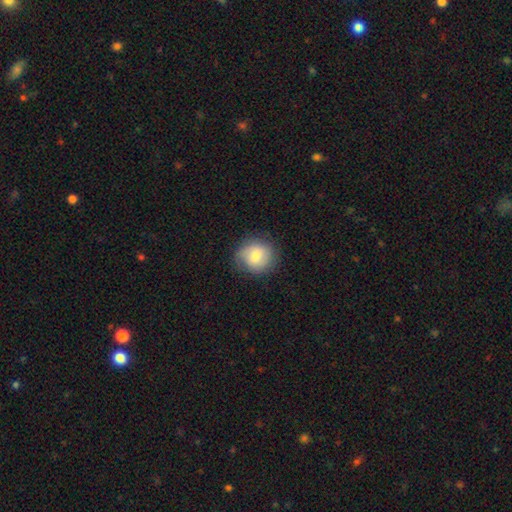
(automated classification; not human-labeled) A smooth galaxy with no disk features (72%) that is round (85%). Merging: none (78%).